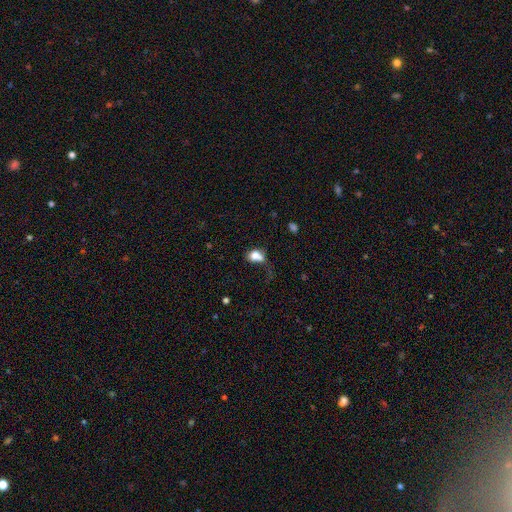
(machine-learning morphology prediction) A smooth galaxy with no disk features (75%) that is in between round and cigar-shaped (63%).

Vote fractions:
- Smooth or featured? smooth: 75% / featured or disk: 15% / star or artifact: 10%
- How rounded? in between: 63% / round: 35% / cigar-shaped: 2%
- Merging? major disturbance: 38% / none: 23% / minor disturbance: 19% / merger: 19%